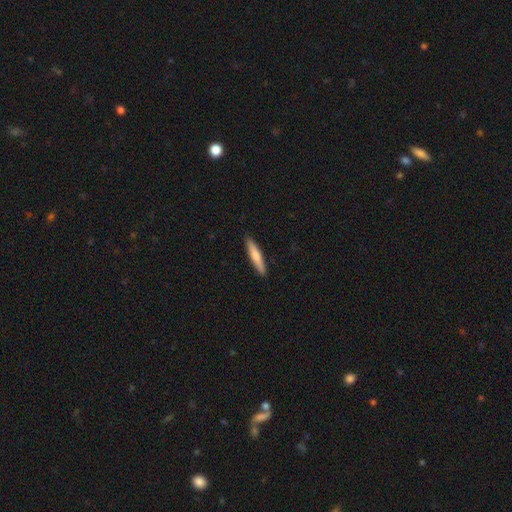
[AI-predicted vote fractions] This appears to be a smooth galaxy with no disk features (73%) that is cigar-shaped (89%). Merging: none (91%).